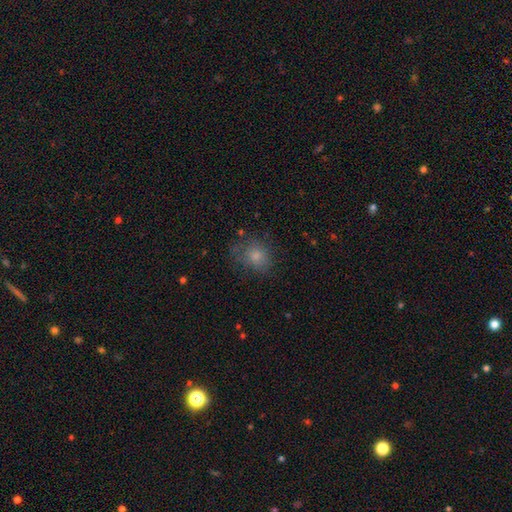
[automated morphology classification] smooth-or-featured: smooth: 66% | star or artifact: 18% | featured or disk: 16%
  how-rounded: round: 62% | in between: 36% | cigar-shaped: 1%
  merging: none: 69% | minor disturbance: 20% | major disturbance: 10% | merger: 2%